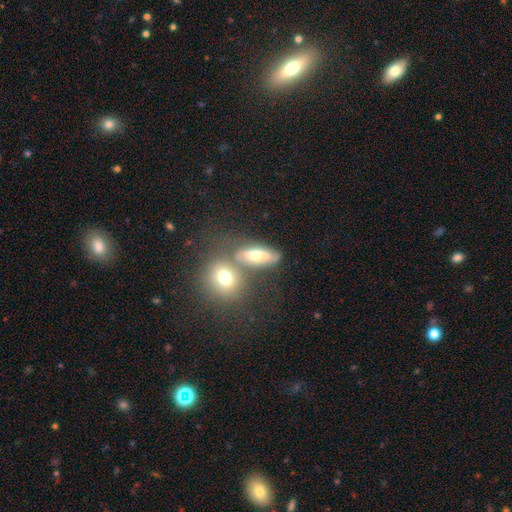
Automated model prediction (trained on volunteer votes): This is likely a smooth galaxy (60%). How rounded: likely in between (69%). Merging: possibly none (45%).